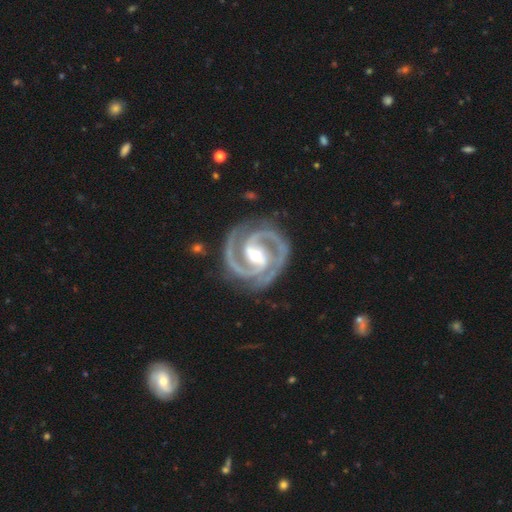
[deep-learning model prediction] smooth-or-featured: featured or disk: 94% | star or artifact: 4% | smooth: 2%
  disk-edge-on: no: 98% | yes: 2%
    bar: strong: 46% | weak: 31% | no: 23%
    has-spiral-arms: yes: 99% | no: 1%
      spiral-winding: tight: 64% | medium: 33% | loose: 3%
      spiral-arm-count: 2: 91% | 3: 4% | can't tell: 1% | 1: 1% | 4: 1% | more than 4: 1%
    bulge-size: moderate: 60% | small: 34% | large: 4% | none: 1% | dominant: 1%
  merging: none: 81% | minor disturbance: 13% | major disturbance: 4% | merger: 2%